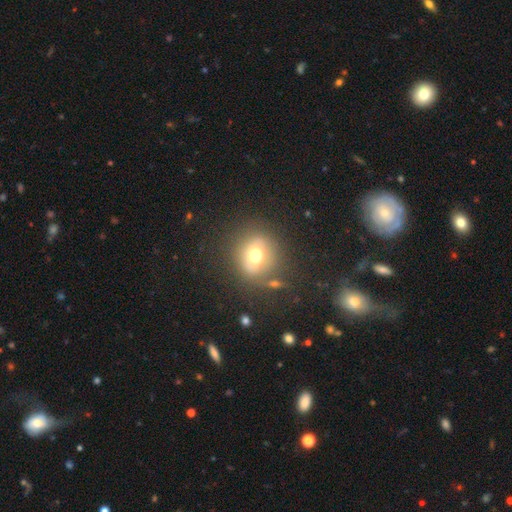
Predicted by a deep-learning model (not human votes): Smooth or featured?
  - smooth: 64% *
  - featured or disk: 22%
  - star or artifact: 14%
How rounded?
  - round: 82% *
  - in between: 17%
  - cigar-shaped: 1%
Merging?
  - none: 74% *
  - minor disturbance: 14%
  - major disturbance: 6%
  - merger: 5%